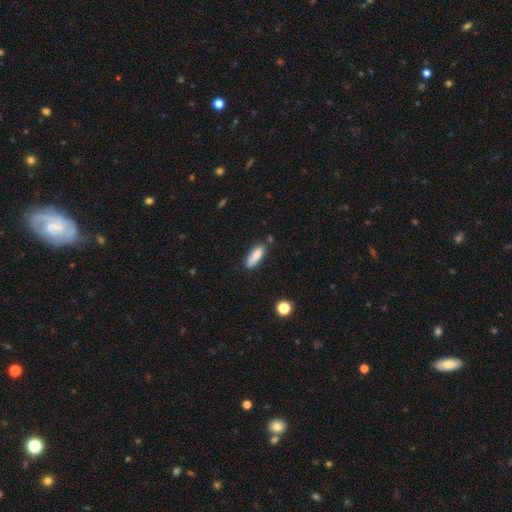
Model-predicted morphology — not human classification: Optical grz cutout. It shows a smooth galaxy with no disk features (84%) that is in between round and cigar-shaped (56%). Merging: none (69%).